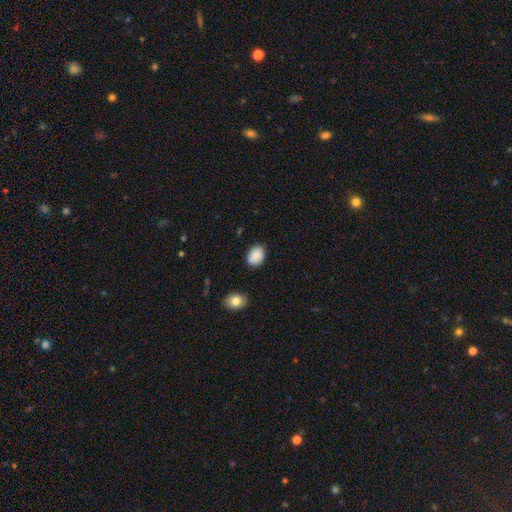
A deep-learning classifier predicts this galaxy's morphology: Smooth or featured? smooth (89%)
How rounded? in between (67%)
Merging? none (84%)